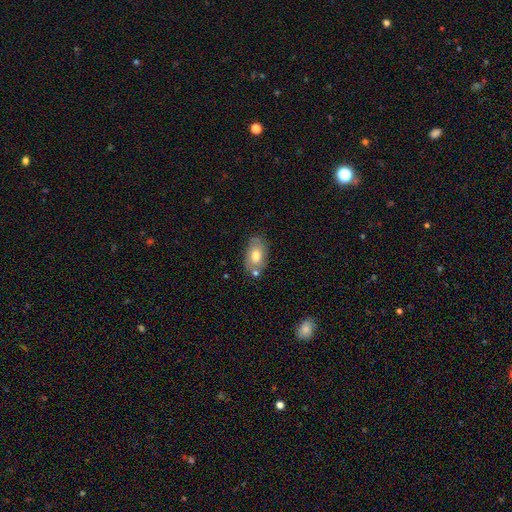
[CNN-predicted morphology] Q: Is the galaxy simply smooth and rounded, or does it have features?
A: smooth — 67%.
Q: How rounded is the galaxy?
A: in between — 89%.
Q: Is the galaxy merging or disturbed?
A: none — 64%.